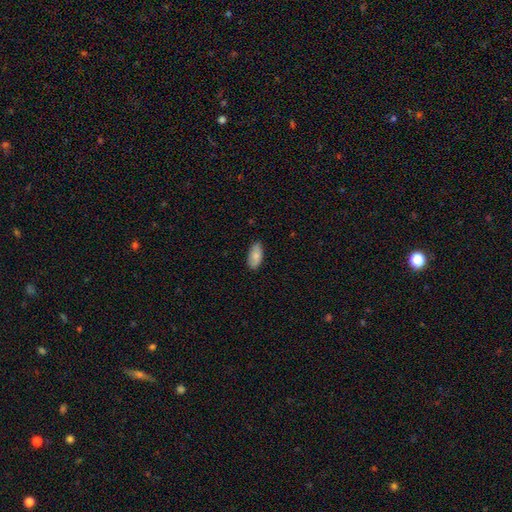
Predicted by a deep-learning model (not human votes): This appears to be a smooth galaxy with no disk features (84%) that is in between round and cigar-shaped (92%). Merging: none (86%).